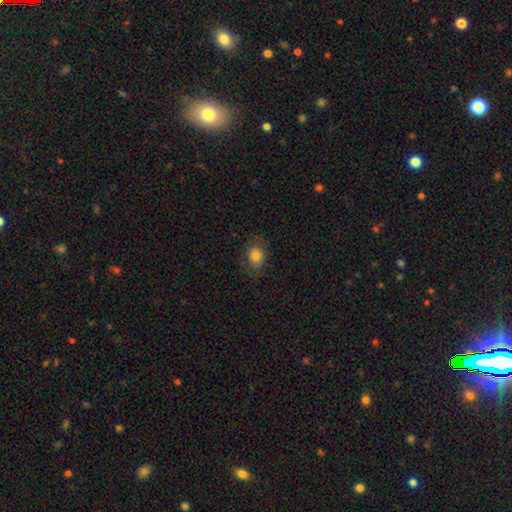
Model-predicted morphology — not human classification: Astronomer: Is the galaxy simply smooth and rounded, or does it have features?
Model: smooth — 79%.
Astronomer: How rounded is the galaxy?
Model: round — 50% (runner-up: in between, 49%).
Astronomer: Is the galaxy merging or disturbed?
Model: none — 76%.